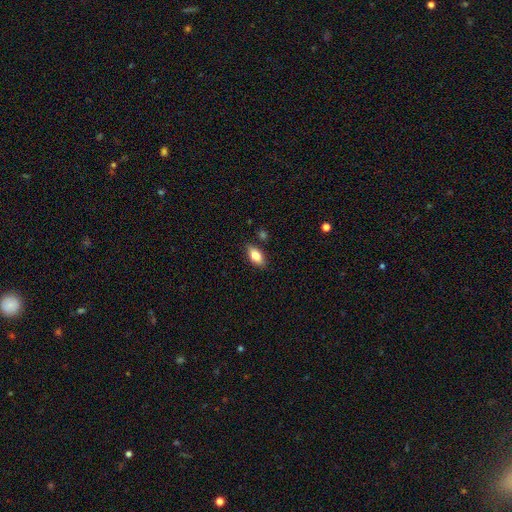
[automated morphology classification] type=smooth (80%); roundness=in between (88%); merging=none (83%).